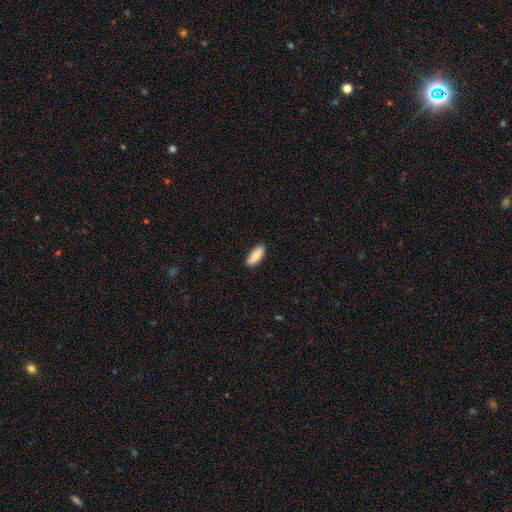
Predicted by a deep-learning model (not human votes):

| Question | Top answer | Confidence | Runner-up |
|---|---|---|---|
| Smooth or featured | smooth | 87% | featured or disk (7%) |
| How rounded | in between | 74% | cigar-shaped (24%) |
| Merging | none | 87% | minor disturbance (10%) |